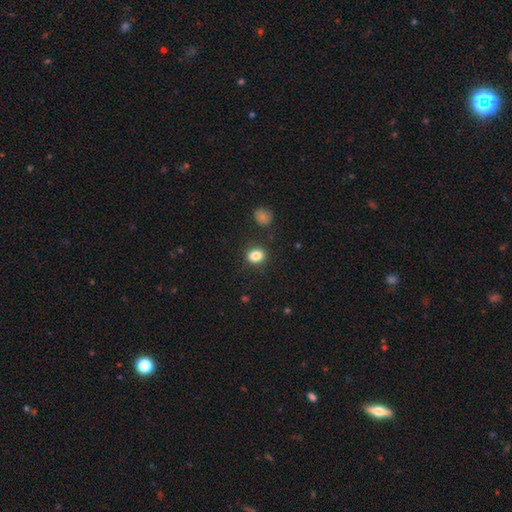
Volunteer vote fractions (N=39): A smooth galaxy with no disk features (82%) that is round (53%).

Vote fractions:
- Smooth or featured? smooth: 82% / featured or disk: 13% / star or artifact: 5%
- How rounded? round: 53% / in between: 47% / cigar-shaped: 0%
- Merging? none: 84% / minor disturbance: 16% / major disturbance: 0% / merger: 0%